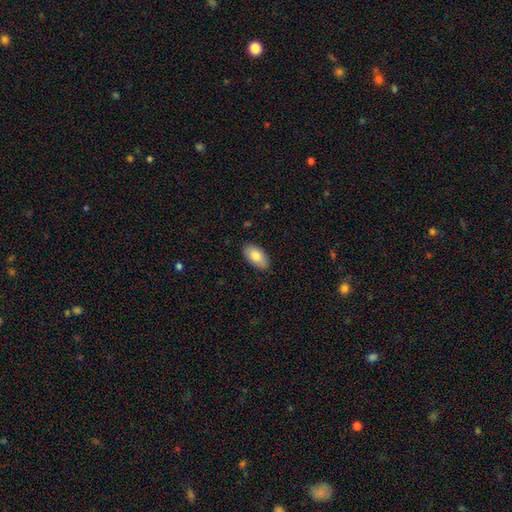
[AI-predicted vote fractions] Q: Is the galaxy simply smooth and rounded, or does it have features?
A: smooth — 82%.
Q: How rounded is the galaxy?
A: in between — 95%.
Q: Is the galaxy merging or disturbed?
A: none — 87%.